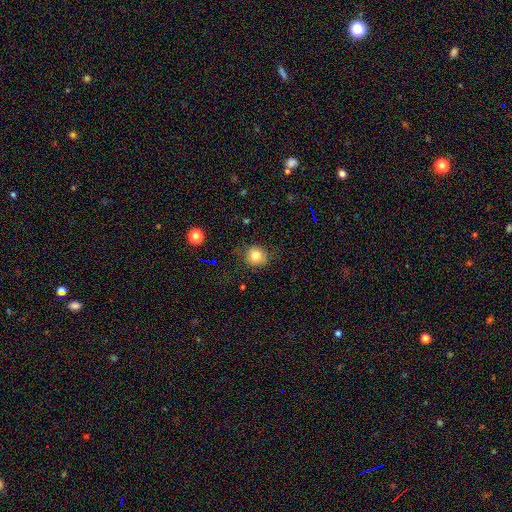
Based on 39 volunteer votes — This appears to be a smooth galaxy with no disk features (72%) that is round (86%). Merging: none (77%).